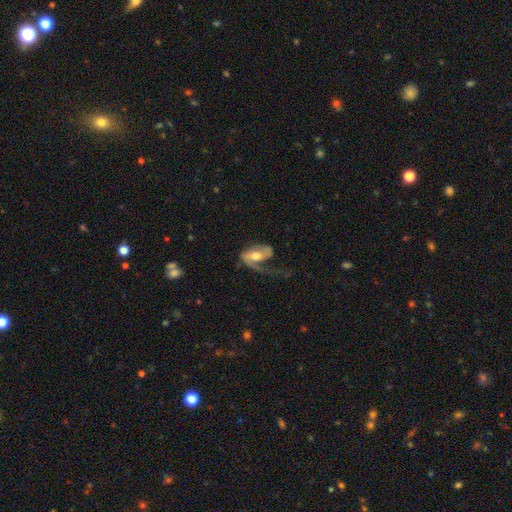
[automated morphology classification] A featured or disk galaxy (72%) with no bar (49%), 1 (51%) loose (51%) spiral arms (88%) and a moderate central bulge (68%).

Vote fractions:
- Smooth or featured? featured or disk: 72% / smooth: 22% / star or artifact: 5%
- Edge-on disk? no: 95% / yes: 5%
- Bar? no: 49% / weak: 34% / strong: 17%
- Spiral arms? yes: 88% / no: 12%
- Spiral winding? loose: 51% / medium: 33% / tight: 16%
- Spiral arm count? 1: 51% / 2: 42% / can't tell: 5% / 3: 1% / 4: 1% / more than 4: 1%
- Bulge size? moderate: 68% / large: 16% / small: 12% / none: 2% / dominant: 2%
- Merging? major disturbance: 49% / none: 30% / minor disturbance: 18% / merger: 3%